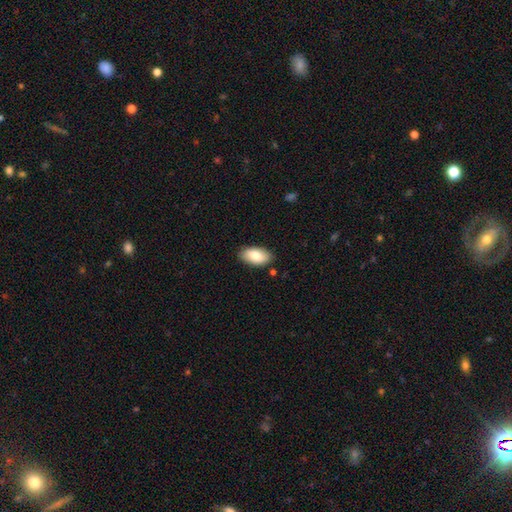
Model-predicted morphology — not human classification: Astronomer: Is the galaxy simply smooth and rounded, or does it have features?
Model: smooth — 82%.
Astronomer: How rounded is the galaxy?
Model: in between — 95%.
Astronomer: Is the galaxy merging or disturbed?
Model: none — 86%.